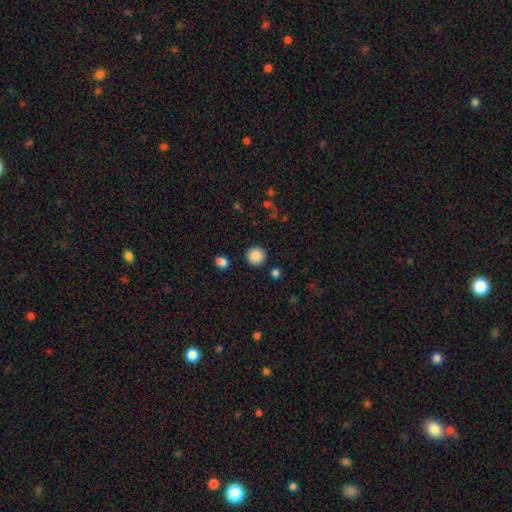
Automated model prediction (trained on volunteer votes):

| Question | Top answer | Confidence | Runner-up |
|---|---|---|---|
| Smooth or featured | smooth | 87% | star or artifact (10%) |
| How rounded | round | 94% | in between (5%) |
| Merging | none | 89% | minor disturbance (6%) |